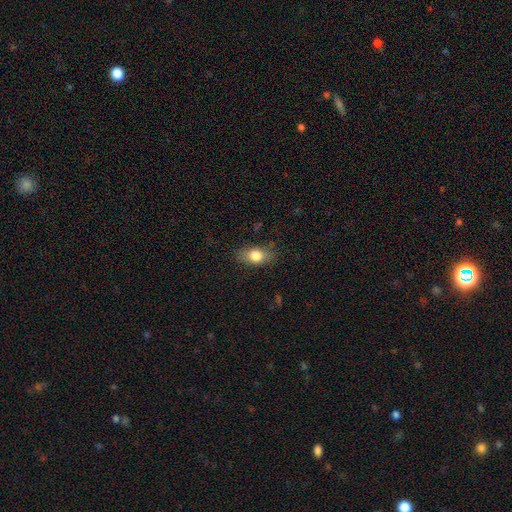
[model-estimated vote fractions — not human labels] The model was most divided on "merging": none: 80%, minor disturbance: 15%, major disturbance: 4%, merger: 1%. More confident: how rounded — in between (83%); smooth or featured — smooth (79%).